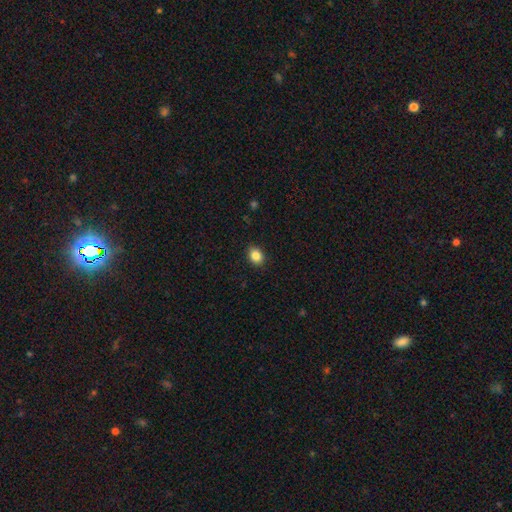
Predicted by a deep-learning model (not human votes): Smooth or featured: smooth — 86% (star or artifact — 9%)
How rounded: in between — 56% (round — 43%)
Merging: none — 88% (minor disturbance — 9%)